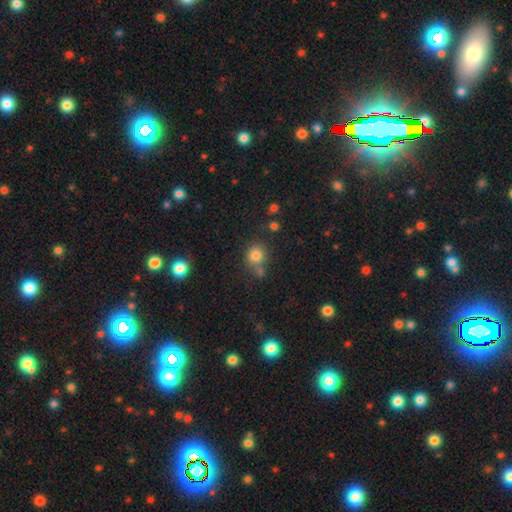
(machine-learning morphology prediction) smooth_or_featured: smooth (p=0.80) [alt: star or artifact p=0.13]
how_rounded: round (p=0.80) [alt: in between p=0.19]
merging: none (p=0.58) [alt: merger p=0.20]